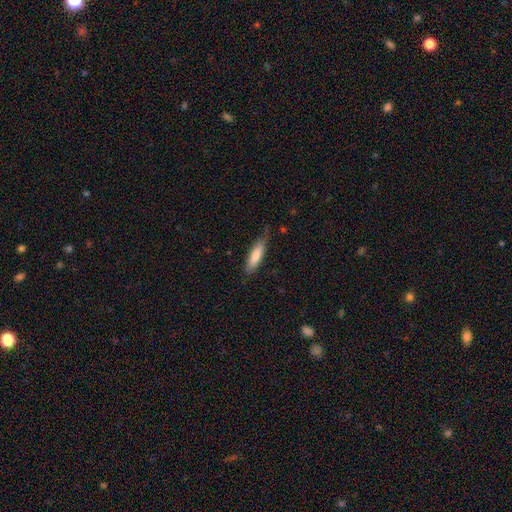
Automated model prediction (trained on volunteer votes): The model was most divided on "how rounded": cigar-shaped: 66%, in between: 33%, round: 1%. More confident: smooth or featured — smooth (77%); merging — none (69%).